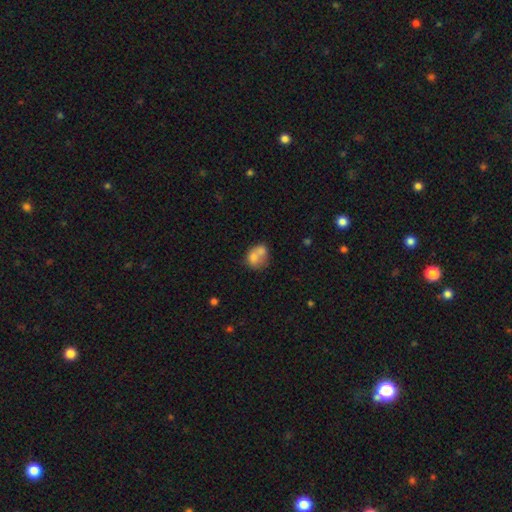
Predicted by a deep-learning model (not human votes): smooth 69%, featured or disk 22%, star or artifact 10%. Down the decision tree: how rounded — round (51%); merging — merger (61%).